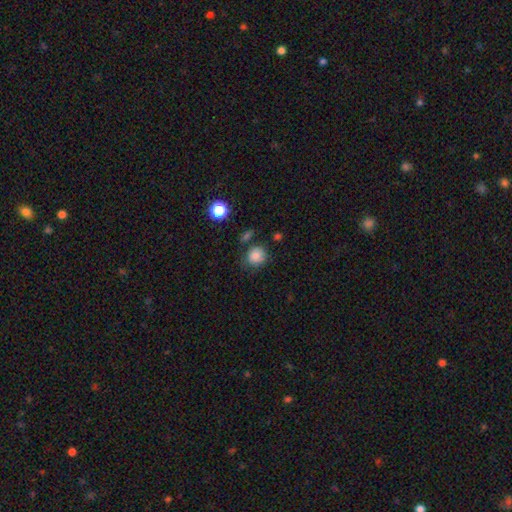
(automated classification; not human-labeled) Smooth or featured: smooth — 82% (star or artifact — 11%)
How rounded: round — 78% (in between — 21%)
Merging: none — 68% (minor disturbance — 20%)